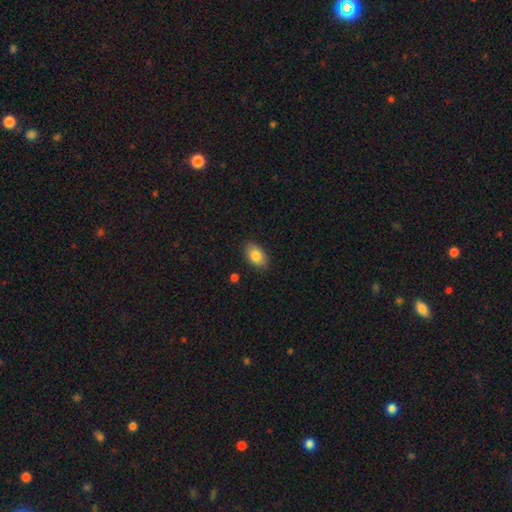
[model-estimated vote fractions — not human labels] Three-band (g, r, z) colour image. It shows a smooth galaxy with no disk features (83%) that is in between round and cigar-shaped (90%). Merging: none (87%).